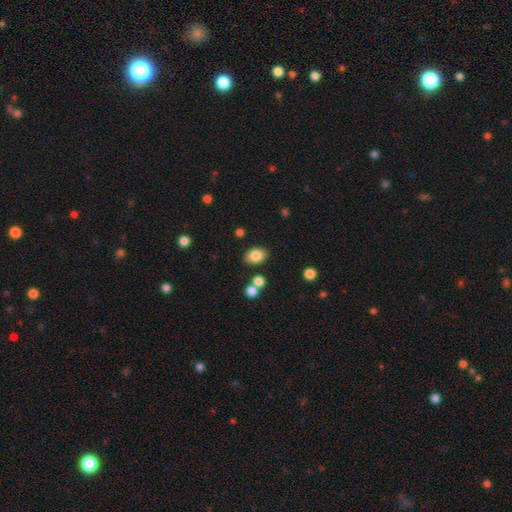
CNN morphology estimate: This is clearly a smooth galaxy (83%). How rounded: likely in between (76%). Merging: clearly none (81%).